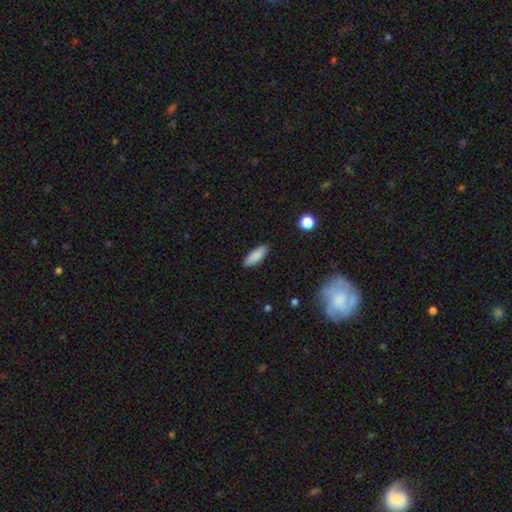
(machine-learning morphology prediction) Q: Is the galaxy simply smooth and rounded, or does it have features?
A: smooth — 87%.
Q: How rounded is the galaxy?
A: in between — 61%.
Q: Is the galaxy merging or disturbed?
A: none — 89%.